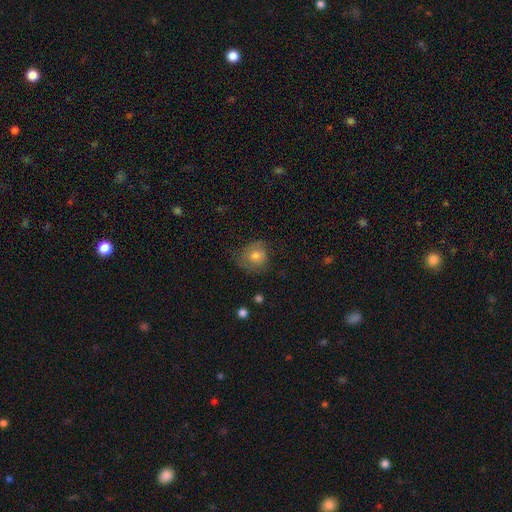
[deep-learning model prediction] smooth 57%, featured or disk 33%, star or artifact 10%. Down the decision tree: how rounded — round (75%); merging — none (61%).